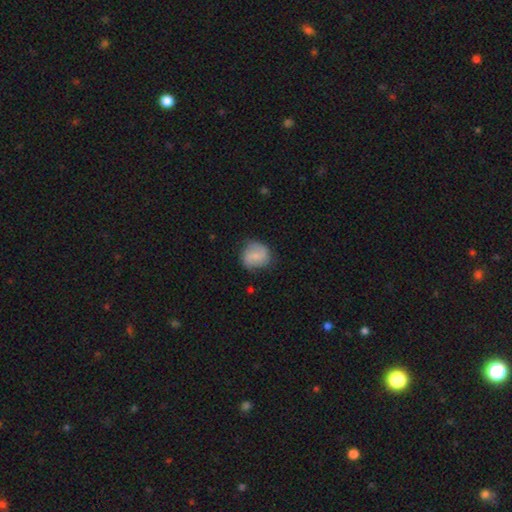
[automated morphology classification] This is possibly a smooth galaxy (52%). How rounded: clearly round (80%). Merging: likely none (72%).